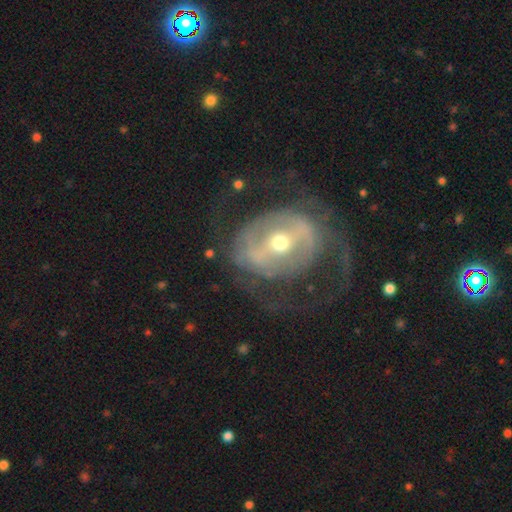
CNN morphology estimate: Smooth or featured? featured or disk (80%)
Edge-on disk? no (95%)
Bar? strong (51%)
Spiral arms? yes (61%)
Bulge size? moderate (59%)
Merging? none (52%)